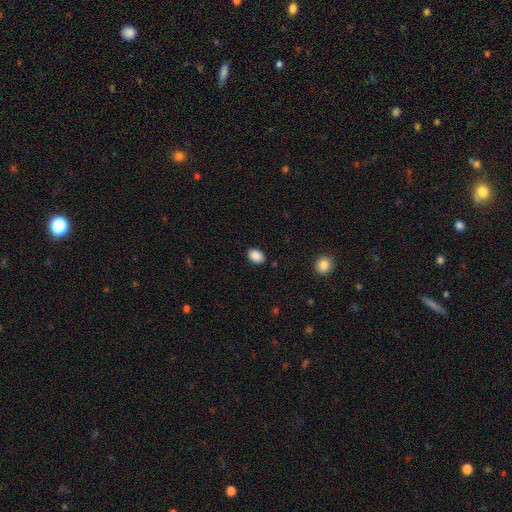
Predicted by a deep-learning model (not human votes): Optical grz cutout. It shows a smooth galaxy with no disk features (89%) that is in between round and cigar-shaped (83%). Merging: none (88%).